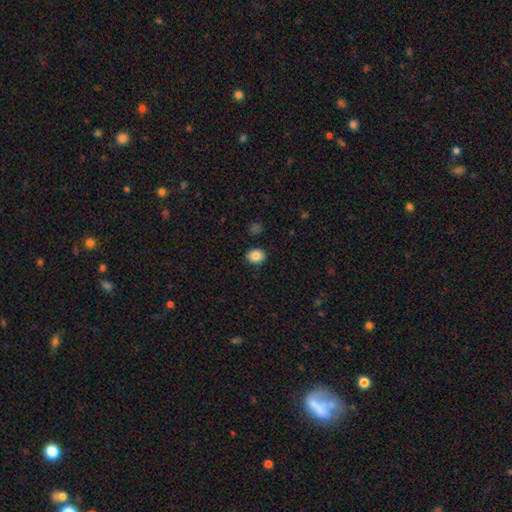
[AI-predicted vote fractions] smooth 85%, star or artifact 9%, featured or disk 6%. Down the decision tree: how rounded — round (61%); merging — none (89%).